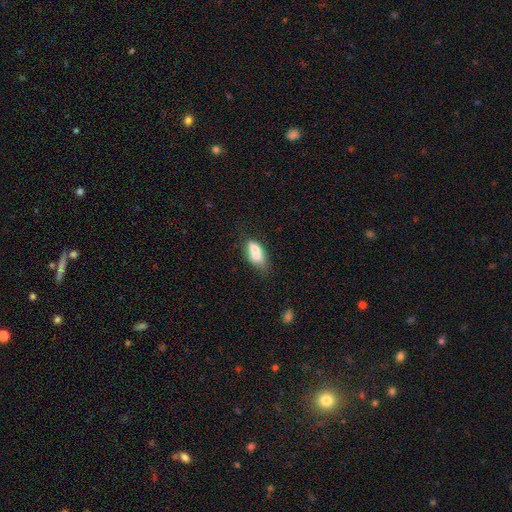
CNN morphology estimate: This appears to be a smooth galaxy with no disk features (69%) that is in between round and cigar-shaped (82%). Merging: merger (36%).